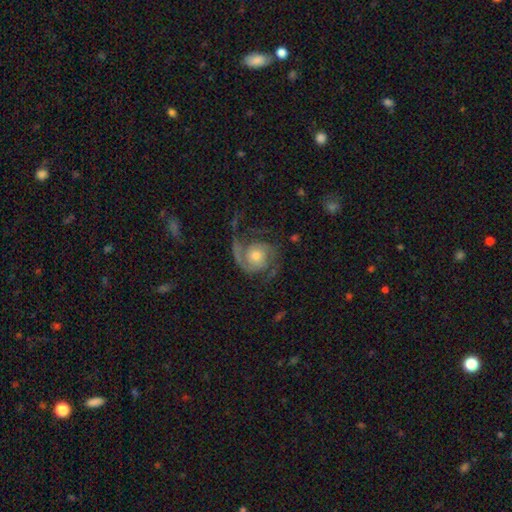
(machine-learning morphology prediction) A featured or disk galaxy (86%) with no bar (73%), 2 (70%) medium (46%) spiral arms (97%) and a moderate central bulge (57%). Merging: none (63%).